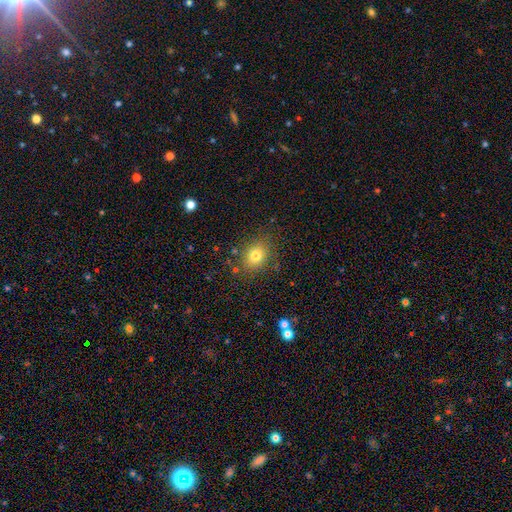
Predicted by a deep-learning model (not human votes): Smooth or featured: smooth — 77% (star or artifact — 13%)
How rounded: round — 52% (in between — 47%)
Merging: none — 81% (minor disturbance — 12%)